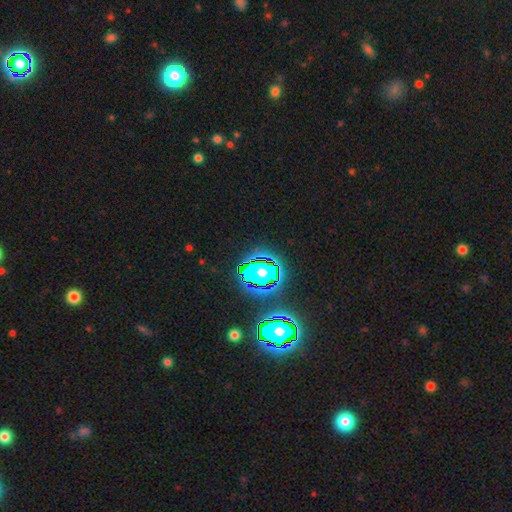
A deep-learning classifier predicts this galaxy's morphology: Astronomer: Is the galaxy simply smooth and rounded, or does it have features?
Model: star or artifact — 81%.